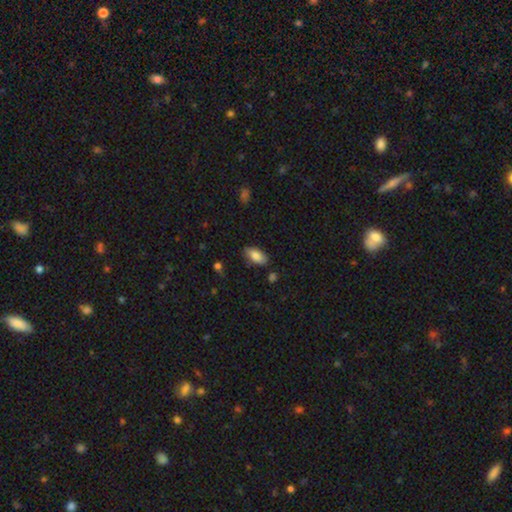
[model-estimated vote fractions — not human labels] smooth-or-featured: smooth: 83% | featured or disk: 10% | star or artifact: 7%
  how-rounded: in between: 93% | cigar-shaped: 5% | round: 2%
  merging: none: 80% | minor disturbance: 15% | major disturbance: 3% | merger: 2%